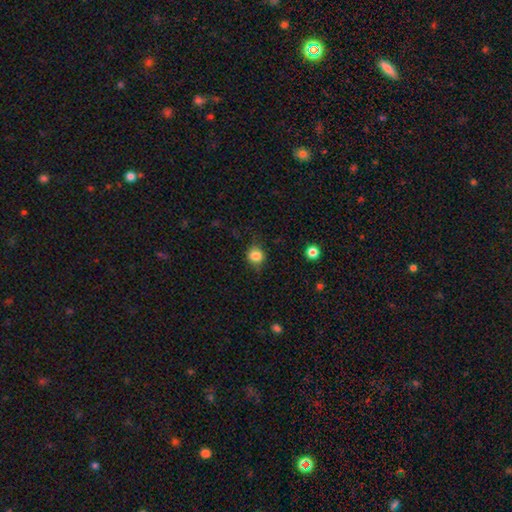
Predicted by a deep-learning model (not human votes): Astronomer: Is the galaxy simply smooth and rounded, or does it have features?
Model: smooth — 81%.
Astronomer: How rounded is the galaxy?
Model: round — 76%.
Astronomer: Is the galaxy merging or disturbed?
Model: none — 74%.